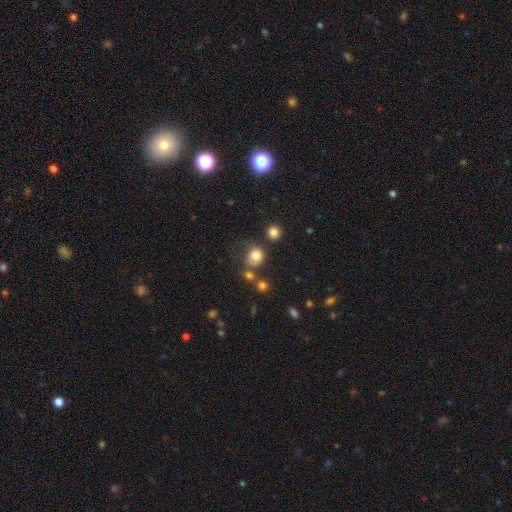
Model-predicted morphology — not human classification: Smooth or featured? Predicted: smooth (p=0.79). How rounded? Predicted: round (p=0.79). Merging? Predicted: none (p=0.58).